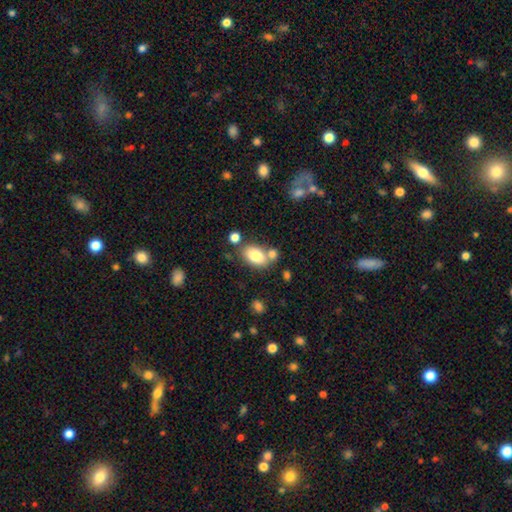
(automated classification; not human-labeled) smooth 80%, featured or disk 12%, star or artifact 8%. Down the decision tree: how rounded — in between (87%); merging — none (59%).